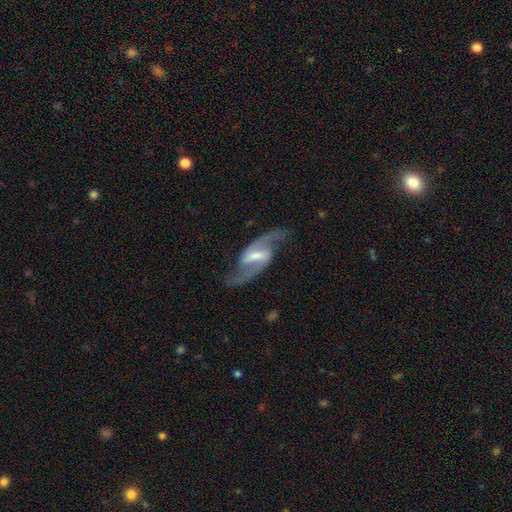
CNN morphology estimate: Smooth or featured? featured or disk (89%)
Edge-on disk? no (95%)
Bar? strong (50%)
Spiral arms? yes (96%)
Spiral winding? loose (57%)
Spiral arm count? 2 (94%)
Bulge size? moderate (42%)
Merging? none (78%)